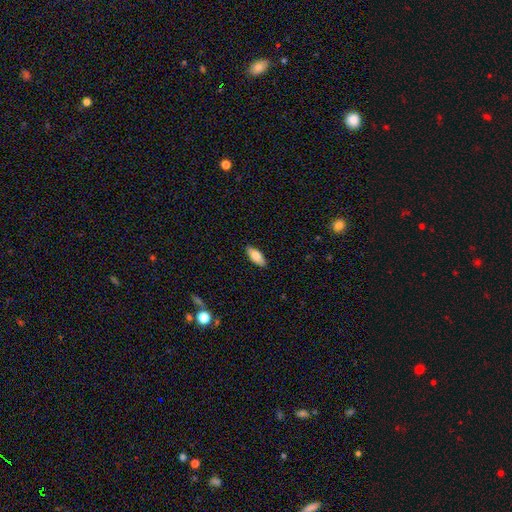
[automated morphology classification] smooth 78%, featured or disk 16%, star or artifact 6%. Down the decision tree: how rounded — in between (81%); merging — none (89%).